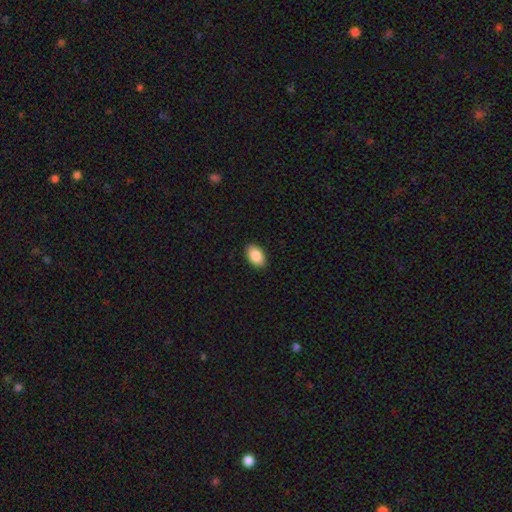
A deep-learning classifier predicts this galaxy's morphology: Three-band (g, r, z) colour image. It shows a smooth galaxy with no disk features (89%) that is in between round and cigar-shaped (92%). Merging: none (90%).